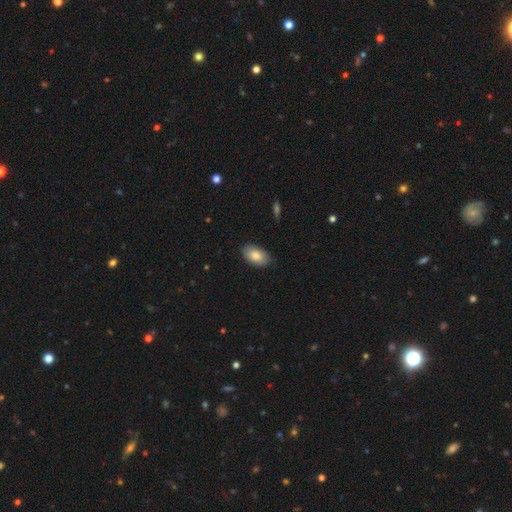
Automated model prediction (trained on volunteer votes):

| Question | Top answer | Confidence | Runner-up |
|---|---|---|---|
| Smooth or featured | smooth | 84% | featured or disk (10%) |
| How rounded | in between | 94% | round (4%) |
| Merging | none | 85% | minor disturbance (12%) |